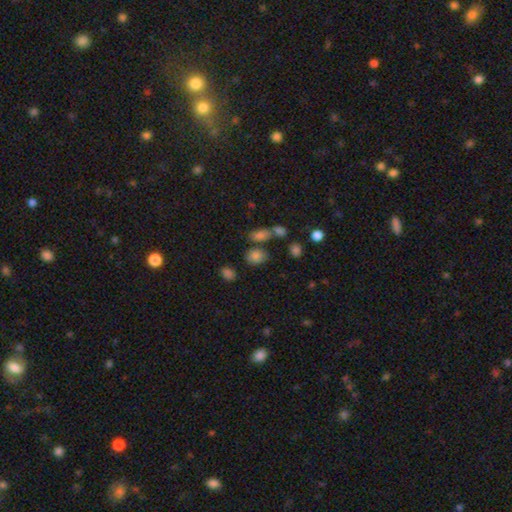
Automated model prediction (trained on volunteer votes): Smooth or featured: smooth — 79% (star or artifact — 14%)
How rounded: in between — 63% (round — 35%)
Merging: none — 64% (merger — 16%)